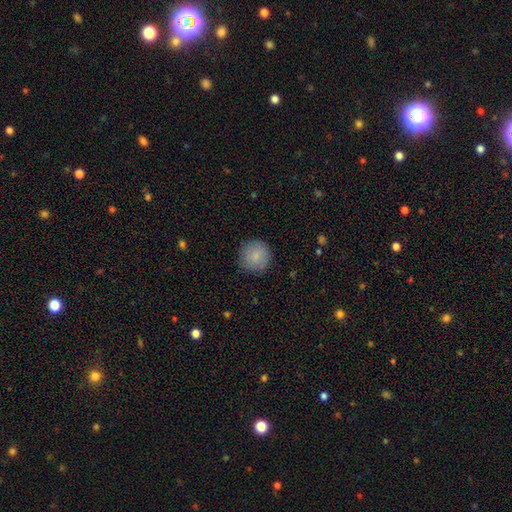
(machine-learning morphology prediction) A smooth galaxy with no disk features (85%) that is round (94%). Merging: none (86%).